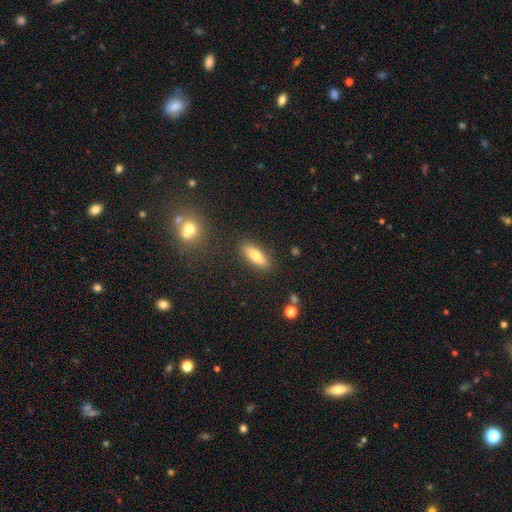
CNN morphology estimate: type=smooth (75%); roundness=in between (58%); merging=none (86%).